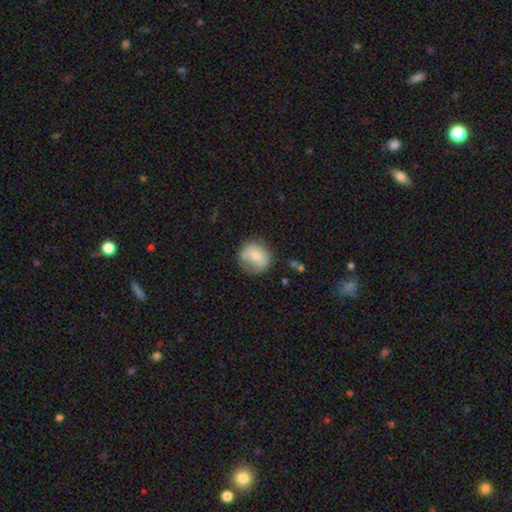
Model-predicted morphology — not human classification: smooth_or_featured: smooth (p=0.66) [alt: featured or disk p=0.26]
how_rounded: round (p=0.83) [alt: in between p=0.16]
merging: none (p=0.59) [alt: minor disturbance p=0.27]